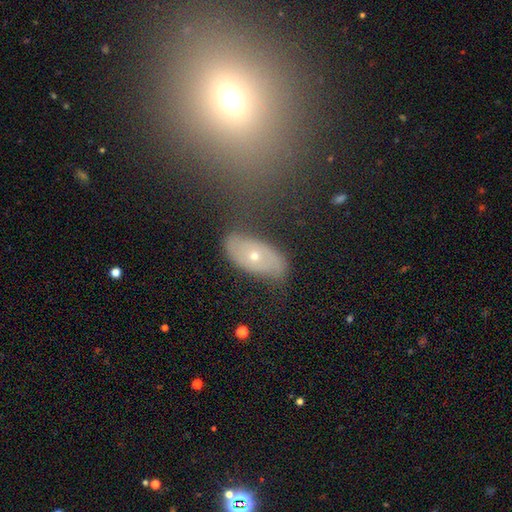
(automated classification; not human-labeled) featured or disk 50%, smooth 33%, star or artifact 17%. Down the decision tree: edge-on disk — no (87%); merging — none (74%).